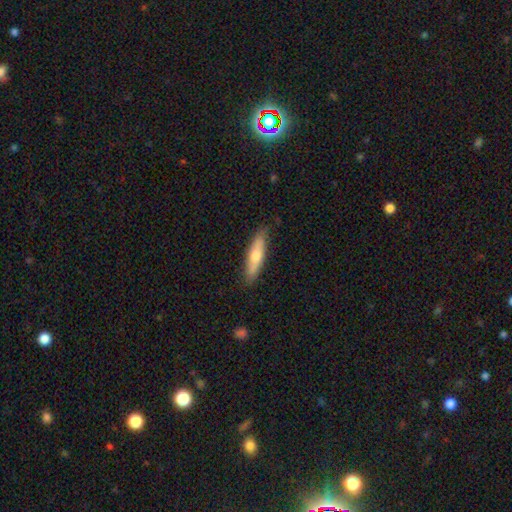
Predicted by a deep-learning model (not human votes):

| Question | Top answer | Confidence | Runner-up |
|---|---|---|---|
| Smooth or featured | smooth | 61% | featured or disk (33%) |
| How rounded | cigar-shaped | 74% | in between (24%) |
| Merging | none | 86% | minor disturbance (11%) |